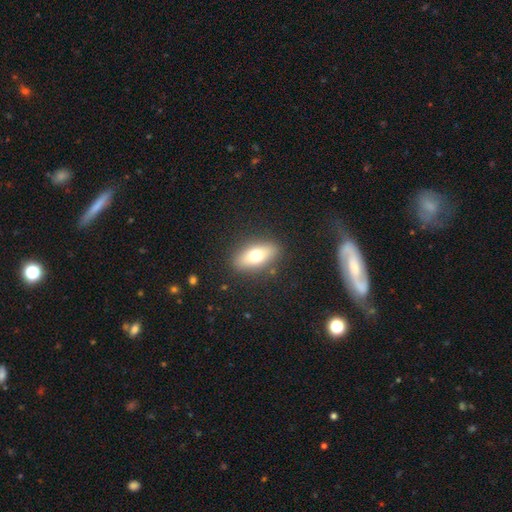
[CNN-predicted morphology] Q: Smooth or featured?
A: smooth (68%); runner-up: featured or disk (24%)
Q: How rounded?
A: in between (80%); runner-up: cigar-shaped (14%)
Q: Merging?
A: none (86%); runner-up: minor disturbance (10%)